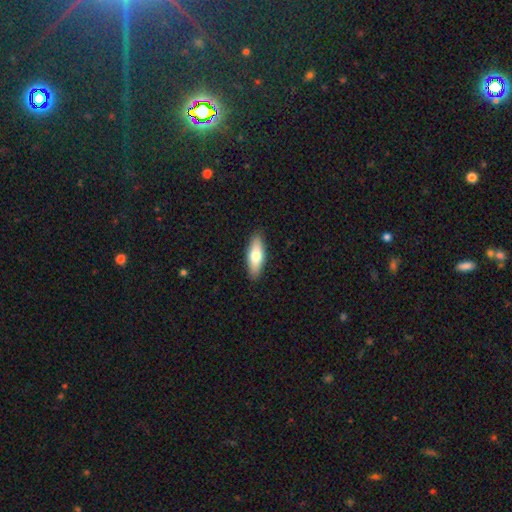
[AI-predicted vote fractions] This appears to be a smooth galaxy with no disk features (70%) that is in between round and cigar-shaped (62%). Merging: none (89%).